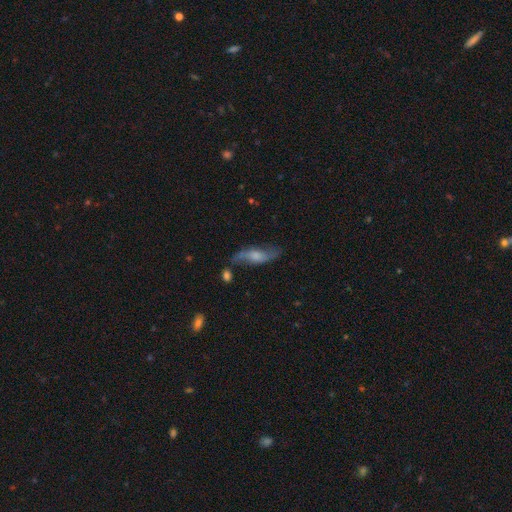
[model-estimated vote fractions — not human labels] A featured or disk galaxy (64%).

Vote fractions:
- Smooth or featured? featured or disk: 64% / smooth: 29% / star or artifact: 7%
- Edge-on disk? no: 76% / yes: 24%
- Merging? none: 59% / minor disturbance: 23% / major disturbance: 11% / merger: 8%